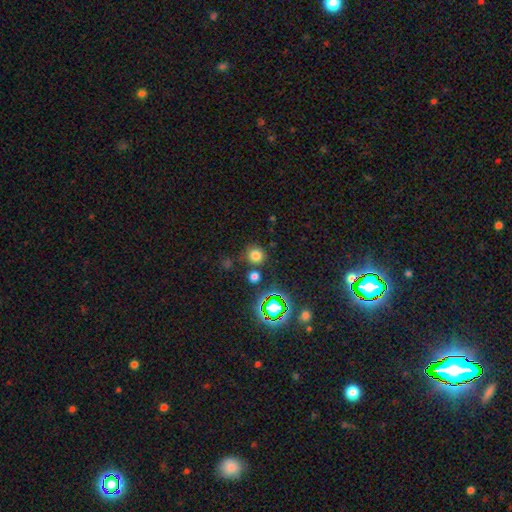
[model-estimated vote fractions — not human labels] A smooth galaxy with no disk features (72%) that is round (91%).

Vote fractions:
- Smooth or featured? smooth: 72% / star or artifact: 21% / featured or disk: 6%
- How rounded? round: 91% / in between: 8% / cigar-shaped: 1%
- Merging? none: 79% / merger: 9% / minor disturbance: 9% / major disturbance: 4%